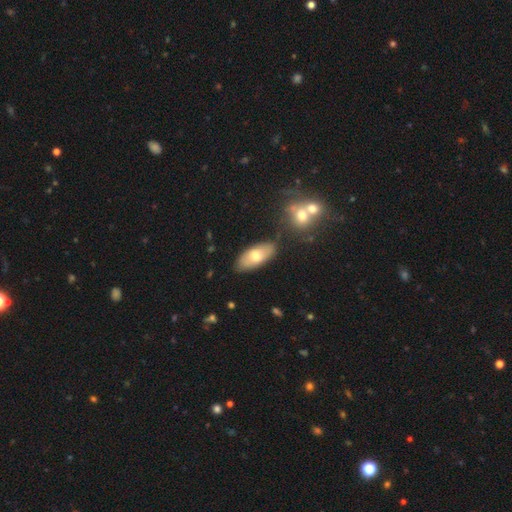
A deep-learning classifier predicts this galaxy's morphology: Overall: smooth (66%; featured or disk 28%). How rounded: in between (87%). Merging: none (79%).